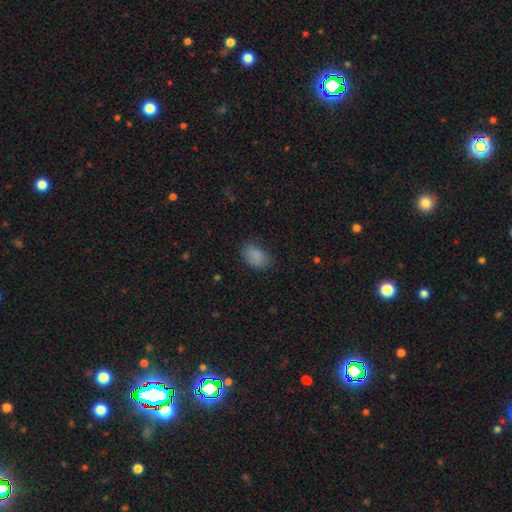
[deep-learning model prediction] A smooth galaxy with no disk features (84%) that is in between round and cigar-shaped (88%). Merging: none (72%).